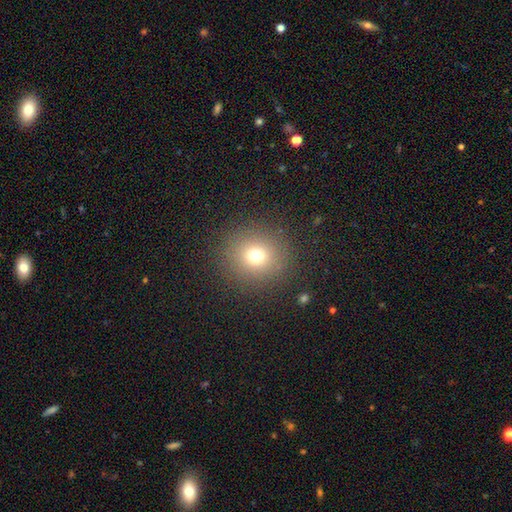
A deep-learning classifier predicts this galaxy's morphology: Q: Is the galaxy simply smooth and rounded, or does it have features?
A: smooth — 71%.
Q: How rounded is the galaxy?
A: round — 90%.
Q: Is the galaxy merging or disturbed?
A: none — 88%.